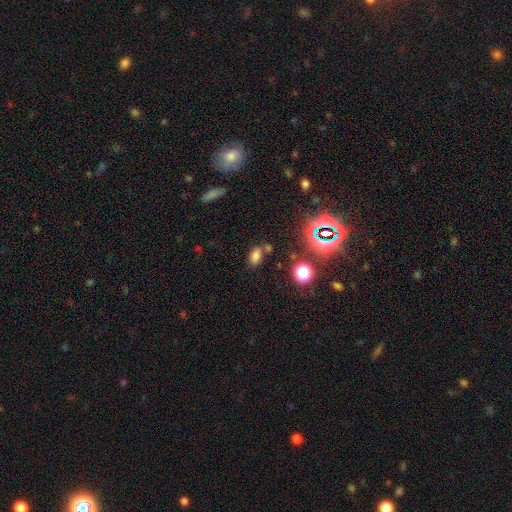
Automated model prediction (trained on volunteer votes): Smooth or featured? Predicted: smooth (p=0.70). How rounded? Predicted: in between (p=0.86). Merging? Predicted: none (p=0.69).